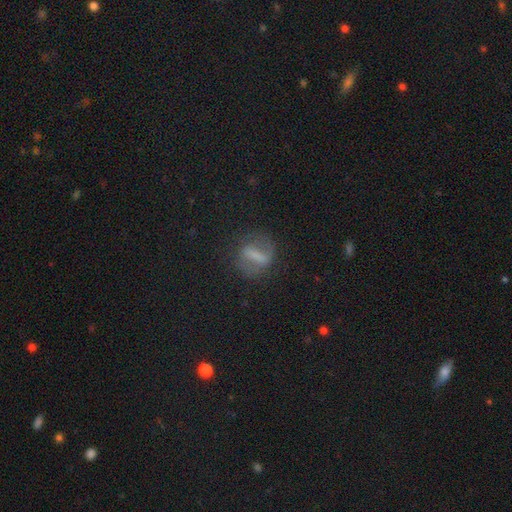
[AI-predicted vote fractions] This appears to be a featured or disk galaxy (44%). Merging: none (73%).